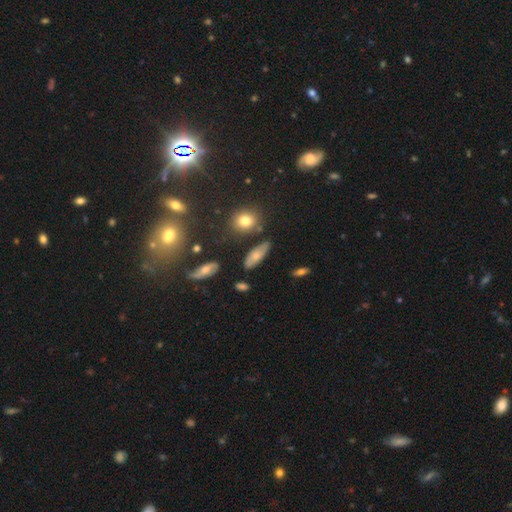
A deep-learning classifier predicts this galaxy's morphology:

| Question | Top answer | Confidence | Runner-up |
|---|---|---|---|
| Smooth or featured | smooth | 64% | featured or disk (26%) |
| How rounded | in between | 69% | cigar-shaped (25%) |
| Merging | none | 72% | minor disturbance (18%) |